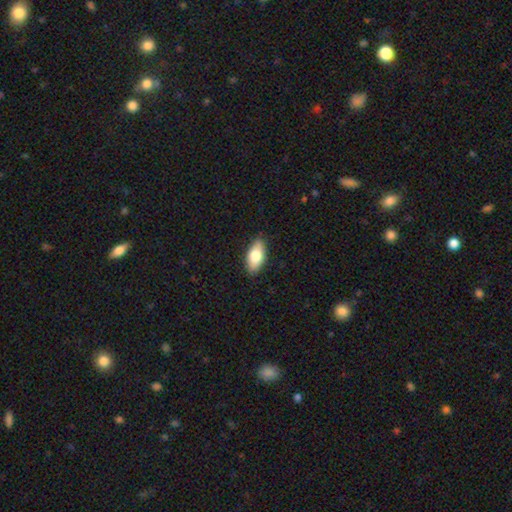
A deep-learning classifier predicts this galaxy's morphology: A smooth galaxy with no disk features (74%) that is in between round and cigar-shaped (89%). Merging: none (88%).